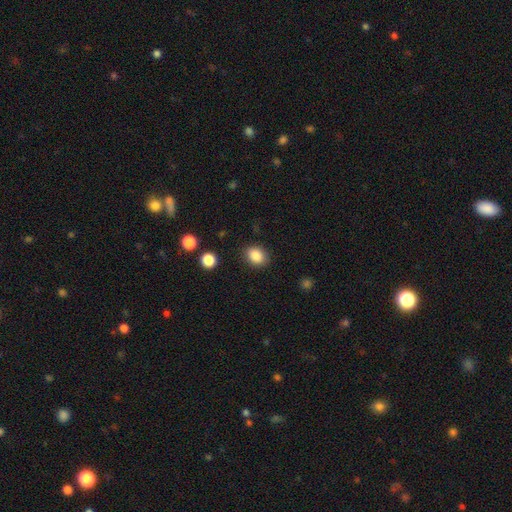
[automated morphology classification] Smooth or featured? Predicted: smooth (p=0.86). How rounded? Predicted: in between (p=0.57). Merging? Predicted: none (p=0.86).